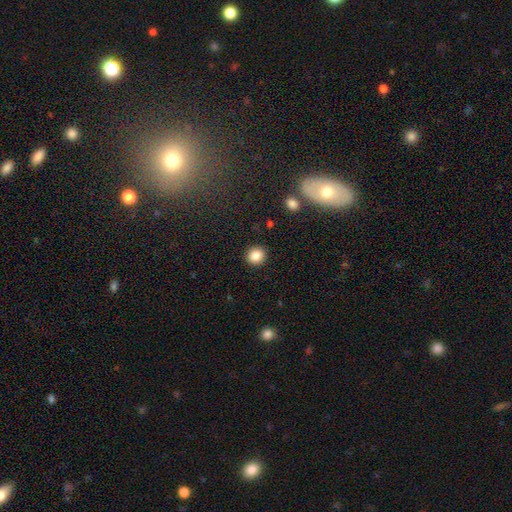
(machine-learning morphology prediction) The model was most divided on "smooth or featured": smooth: 85%, star or artifact: 10%, featured or disk: 5%. More confident: merging — none (91%); how rounded — round (87%).